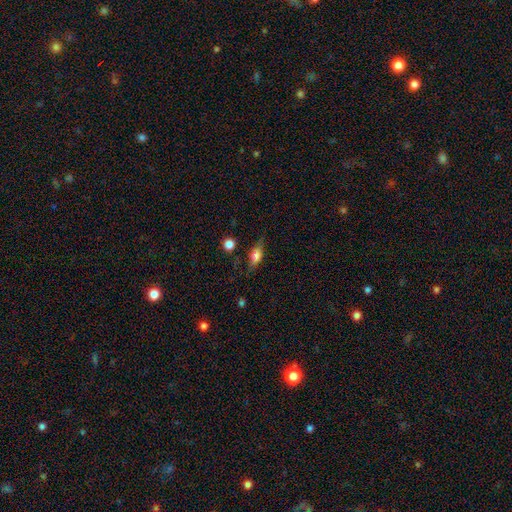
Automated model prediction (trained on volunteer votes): Morphology: type=smooth (61%); roundness=in between (69%); merging=none (68%).